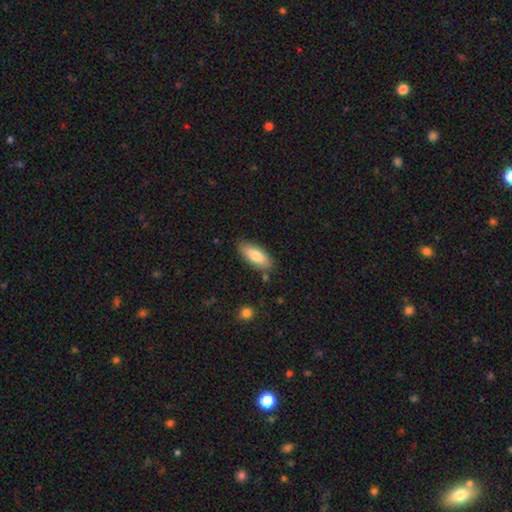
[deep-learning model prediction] smooth 76%, featured or disk 18%, star or artifact 6%. Down the decision tree: how rounded — in between (76%); merging — none (82%).